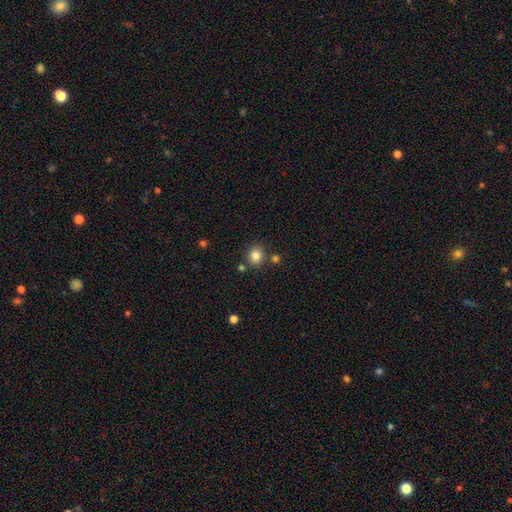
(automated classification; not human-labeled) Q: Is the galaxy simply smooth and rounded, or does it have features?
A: smooth — 82%.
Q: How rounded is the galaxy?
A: round — 83%.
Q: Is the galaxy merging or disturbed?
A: none — 80%.